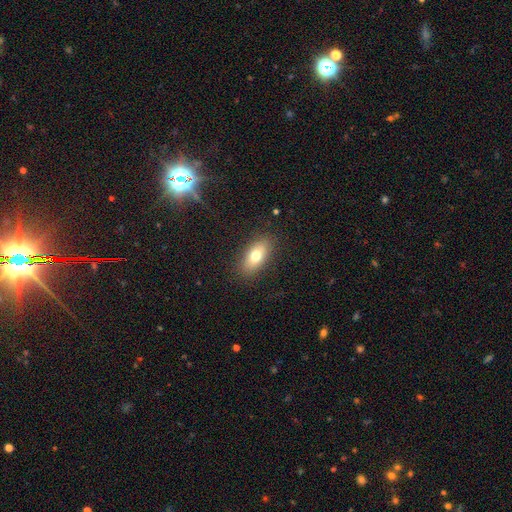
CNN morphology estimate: Smooth or featured? Predicted: smooth (p=0.73). How rounded? Predicted: in between (p=0.85). Merging? Predicted: none (p=0.86).